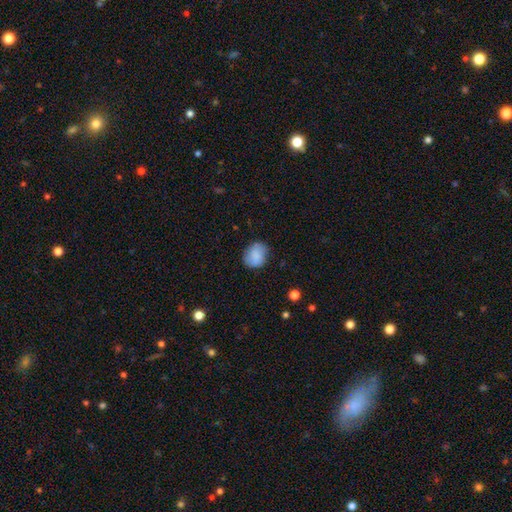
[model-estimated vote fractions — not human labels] A smooth galaxy with no disk features (83%) that is round (55%). Merging: none (78%).